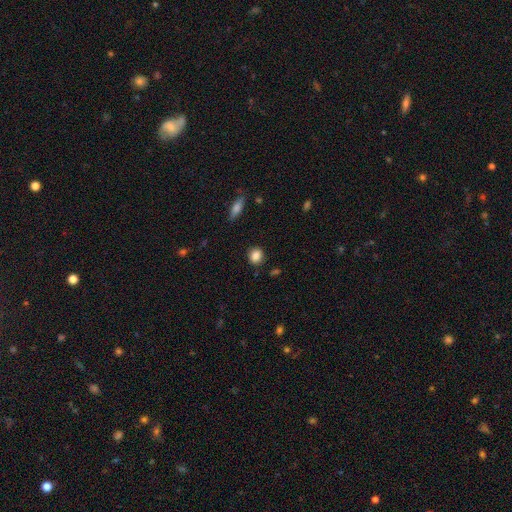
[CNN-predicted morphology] smooth 87%, star or artifact 9%, featured or disk 5%. Down the decision tree: how rounded — round (75%); merging — none (89%).